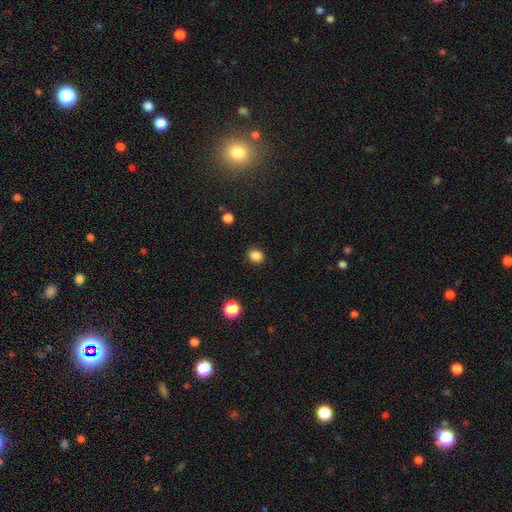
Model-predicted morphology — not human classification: Q: Smooth or featured?
A: smooth (86%); runner-up: star or artifact (11%)
Q: How rounded?
A: round (55%); runner-up: in between (44%)
Q: Merging?
A: none (89%); runner-up: minor disturbance (8%)